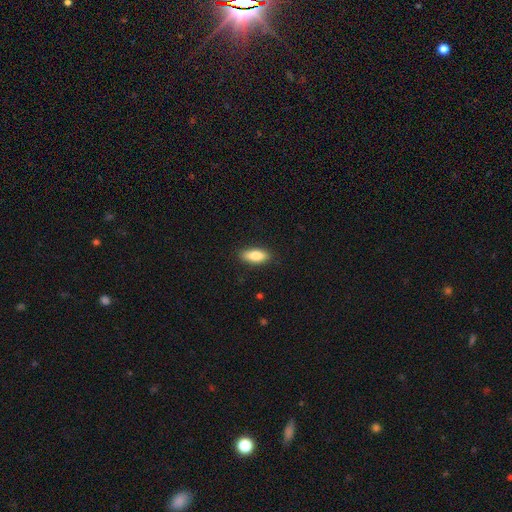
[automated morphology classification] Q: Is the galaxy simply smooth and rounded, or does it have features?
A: smooth — 81%.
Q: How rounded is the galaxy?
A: in between — 80%.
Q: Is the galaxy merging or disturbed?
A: none — 88%.